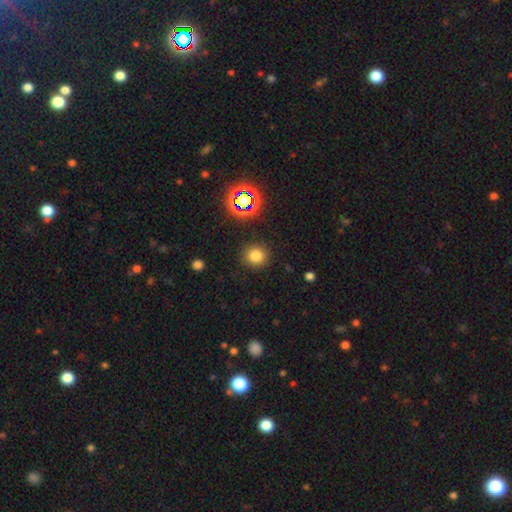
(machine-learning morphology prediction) A smooth galaxy with no disk features (76%) that is round (89%). Merging: none (89%).